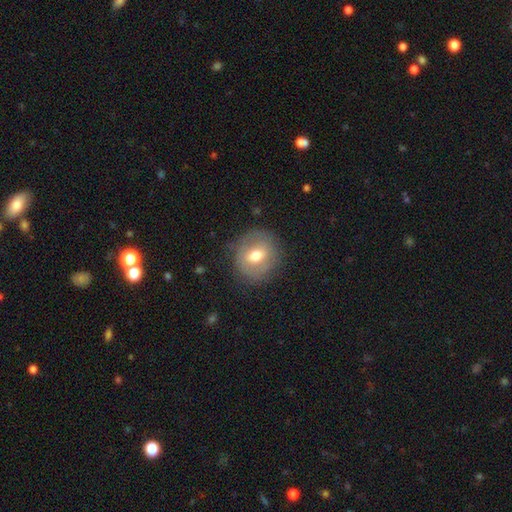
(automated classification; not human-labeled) A smooth galaxy with no disk features (55%) that is round (76%). Merging: none (78%).